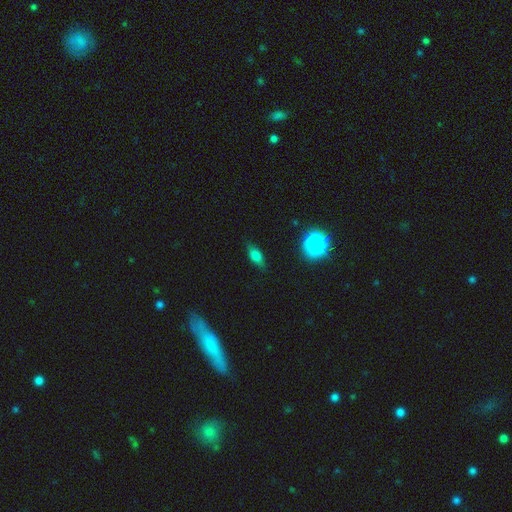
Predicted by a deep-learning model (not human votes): Smooth or featured?
  - smooth: 66% *
  - featured or disk: 22%
  - star or artifact: 13%
How rounded?
  - in between: 72% *
  - cigar-shaped: 18%
  - round: 9%
Merging?
  - none: 81% *
  - minor disturbance: 15%
  - major disturbance: 3%
  - merger: 1%